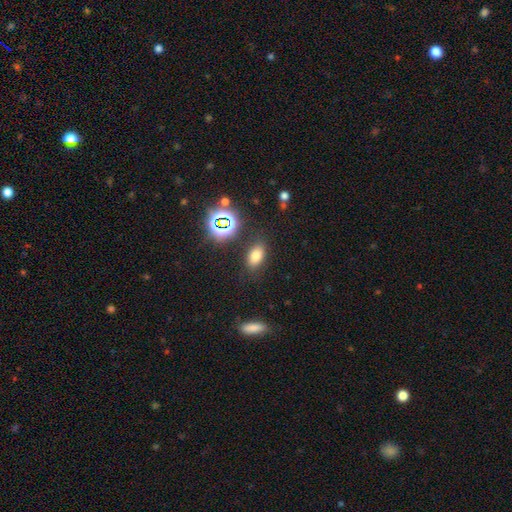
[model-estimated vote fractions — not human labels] smooth 72%, star or artifact 19%, featured or disk 9%. Down the decision tree: how rounded — in between (86%); merging — none (82%).